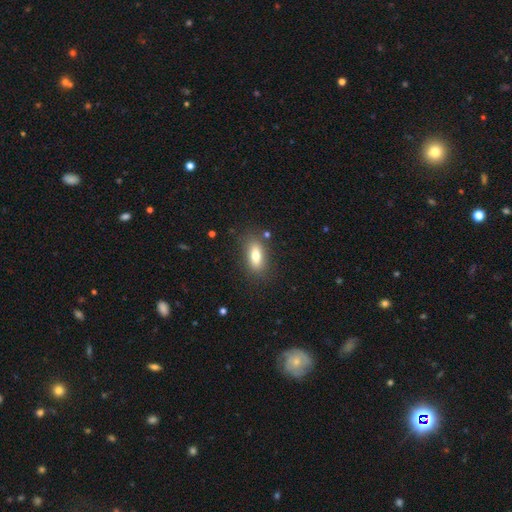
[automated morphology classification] A smooth galaxy with no disk features (75%) that is in between round and cigar-shaped (80%).

Vote fractions:
- Smooth or featured? smooth: 75% / featured or disk: 16% / star or artifact: 8%
- How rounded? in between: 80% / cigar-shaped: 15% / round: 5%
- Merging? none: 81% / minor disturbance: 12% / major disturbance: 4% / merger: 3%